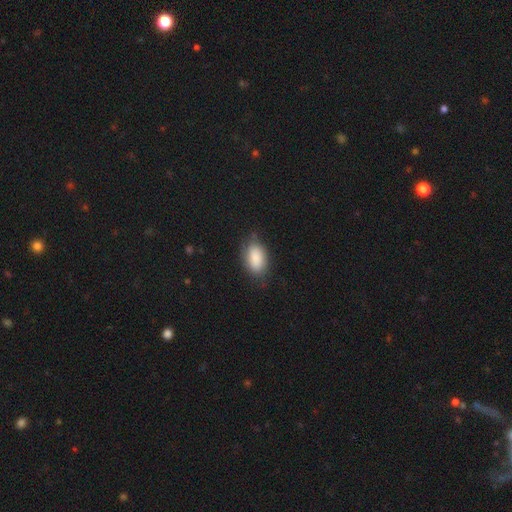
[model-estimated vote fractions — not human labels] Smooth or featured: smooth — 84% (featured or disk — 10%)
How rounded: in between — 92% (round — 5%)
Merging: none — 66% (minor disturbance — 26%)